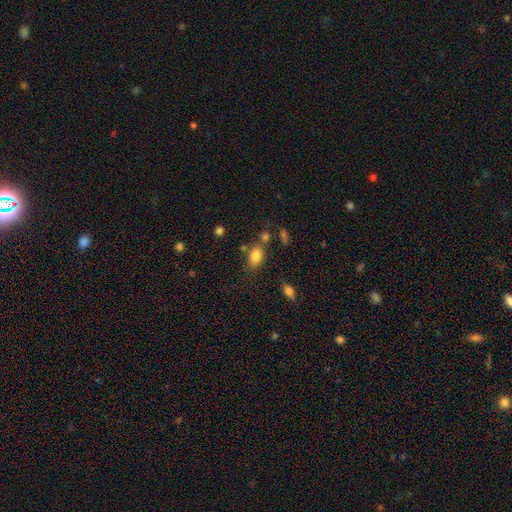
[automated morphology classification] type=smooth (82%); roundness=in between (75%); merging=none (66%).